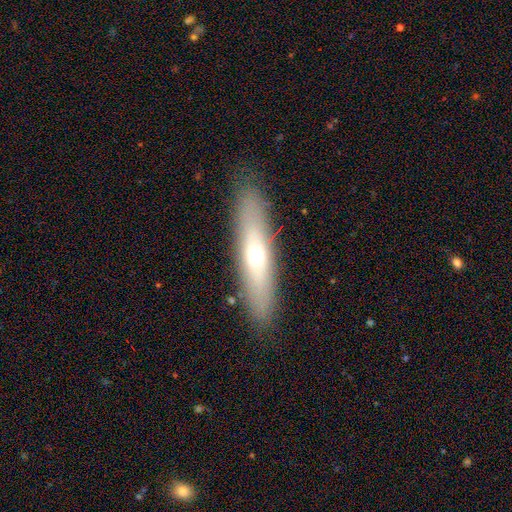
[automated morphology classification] smooth 48%, featured or disk 44%, star or artifact 8%. Down the decision tree: merging — none (88%).